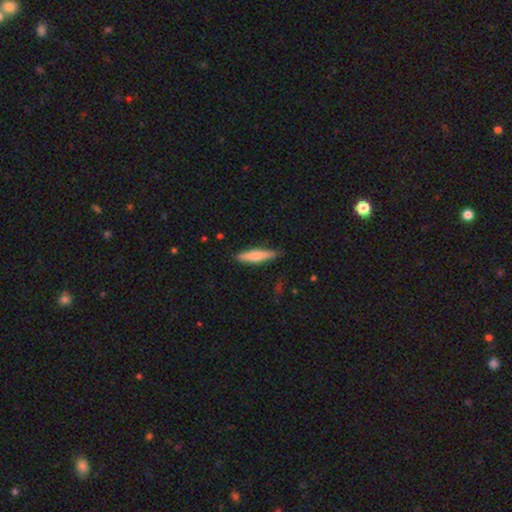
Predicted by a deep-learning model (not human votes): smooth-or-featured: smooth: 66% | featured or disk: 28% | star or artifact: 6%
  how-rounded: cigar-shaped: 82% | in between: 16% | round: 2%
  merging: none: 87% | minor disturbance: 10% | major disturbance: 2% | merger: 1%